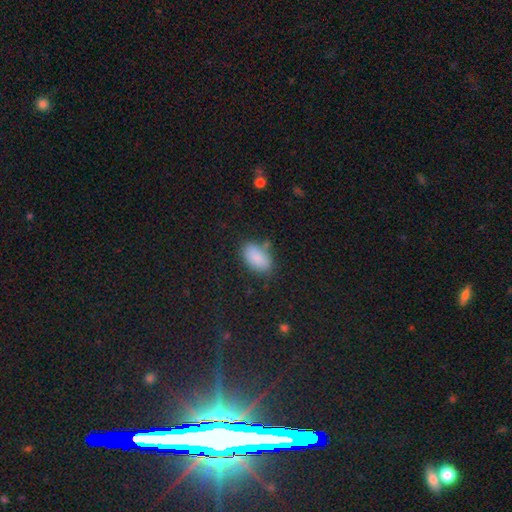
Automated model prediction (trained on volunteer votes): This appears to be a smooth galaxy with no disk features (87%) that is in between round and cigar-shaped (93%). Merging: none (73%).